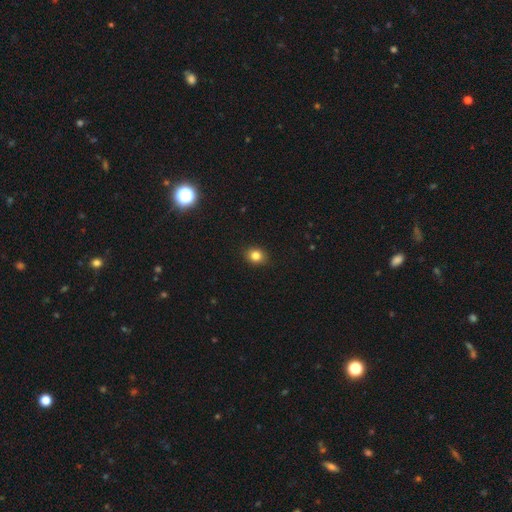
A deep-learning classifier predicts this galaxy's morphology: This appears to be a smooth galaxy with no disk features (82%) that is round (65%). Merging: none (90%).